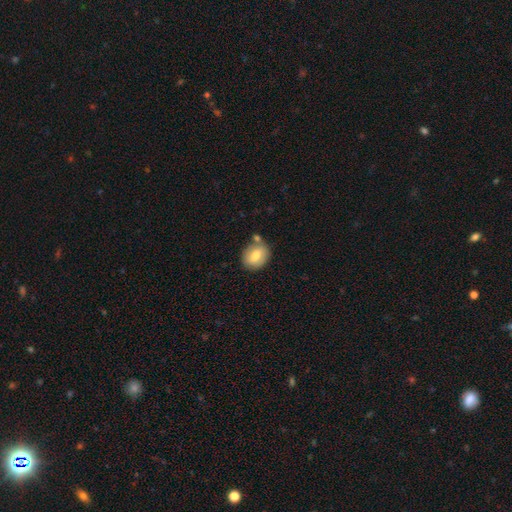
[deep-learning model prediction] Smooth or featured: smooth — 74% (featured or disk — 19%)
How rounded: round — 56% (in between — 43%)
Merging: none — 69% (minor disturbance — 14%)